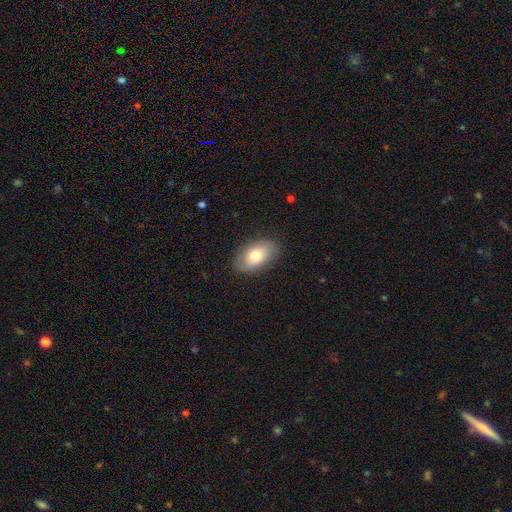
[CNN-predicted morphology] Smooth or featured? smooth (74%)
How rounded? in between (92%)
Merging? none (83%)